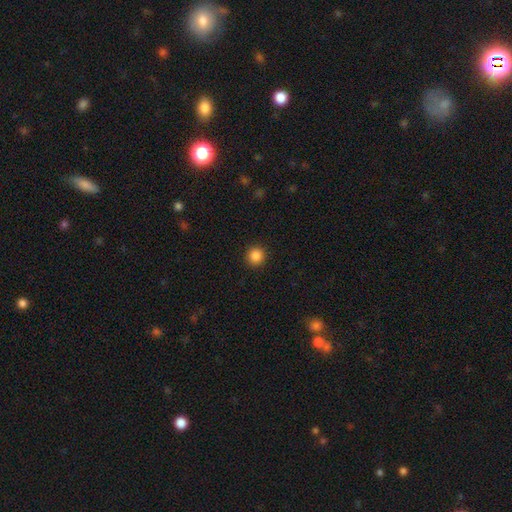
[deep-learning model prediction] smooth_or_featured: smooth (p=0.86) [alt: star or artifact p=0.11]
how_rounded: round (p=0.93) [alt: in between p=0.06]
merging: none (p=0.92) [alt: minor disturbance p=0.05]